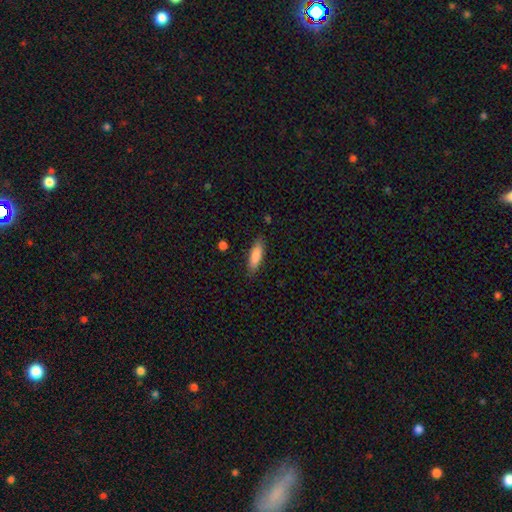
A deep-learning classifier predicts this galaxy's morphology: smooth 84%, featured or disk 10%, star or artifact 6%. Down the decision tree: how rounded — in between (50%); merging — none (85%).